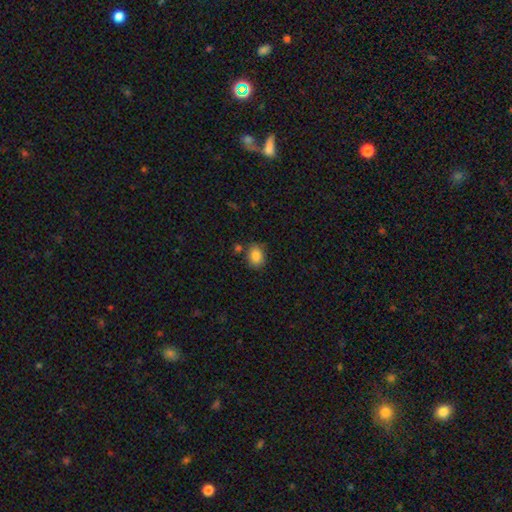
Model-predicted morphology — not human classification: type=smooth (85%); roundness=in between (67%); merging=none (75%).